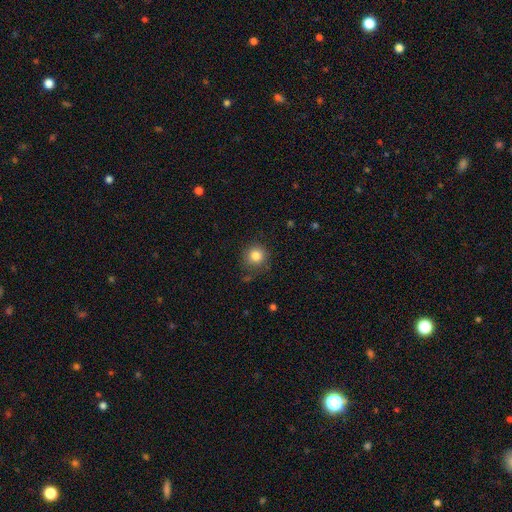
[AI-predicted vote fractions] Q: Smooth or featured?
A: smooth (83%); runner-up: star or artifact (11%)
Q: How rounded?
A: round (92%); runner-up: in between (7%)
Q: Merging?
A: none (81%); runner-up: minor disturbance (13%)